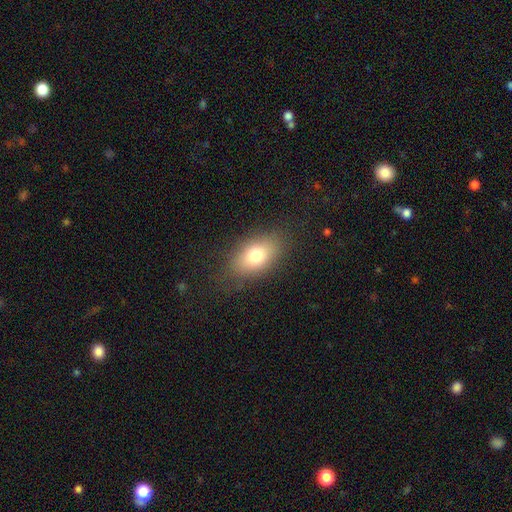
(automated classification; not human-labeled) smooth 76%, featured or disk 14%, star or artifact 10%. Down the decision tree: how rounded — in between (87%); merging — none (81%).